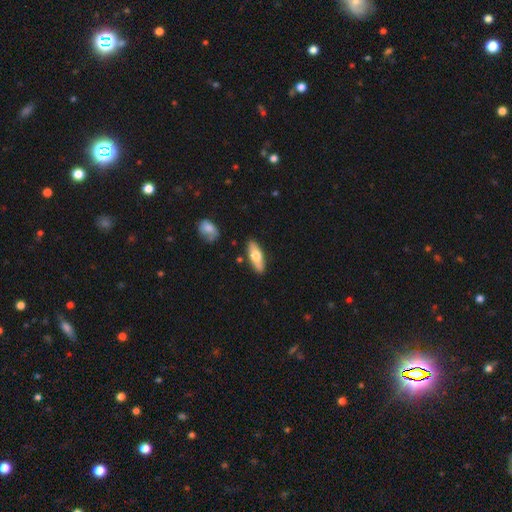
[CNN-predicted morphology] type=smooth (60%); roundness=in between (65%); merging=none (84%).